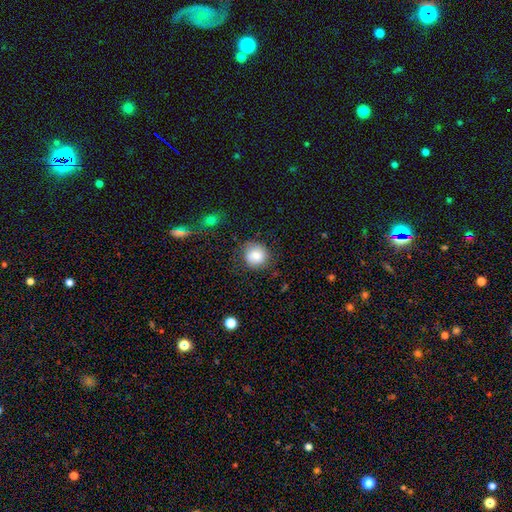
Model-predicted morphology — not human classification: smooth 81%, featured or disk 10%, star or artifact 9%. Down the decision tree: how rounded — round (89%); merging — none (80%).